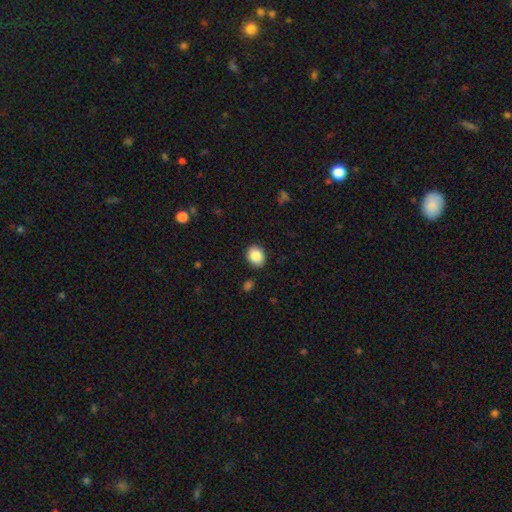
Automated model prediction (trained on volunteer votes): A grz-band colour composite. It shows a smooth galaxy with no disk features (86%) that is round (50%). Merging: none (89%).